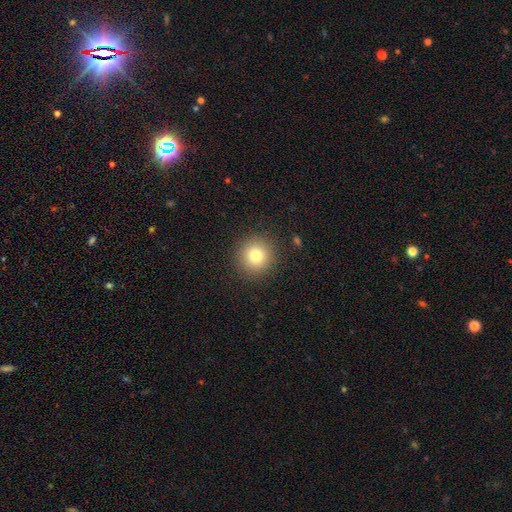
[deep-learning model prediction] Overall: smooth (80%). How rounded: round (94%). Merging: none (90%).